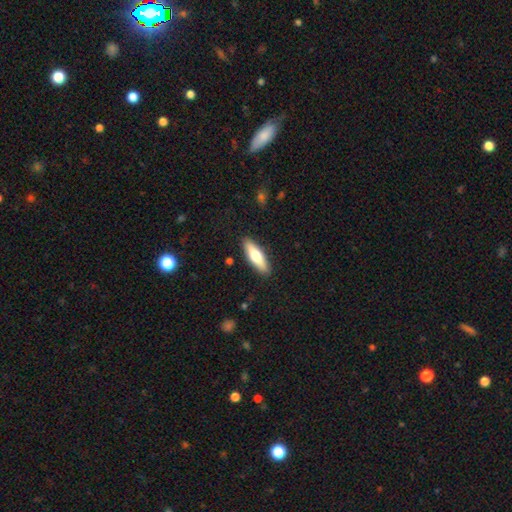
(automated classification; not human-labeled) Overall: smooth (61%; featured or disk 33%). How rounded: cigar-shaped (55%; in between 43%). Merging: none (89%).